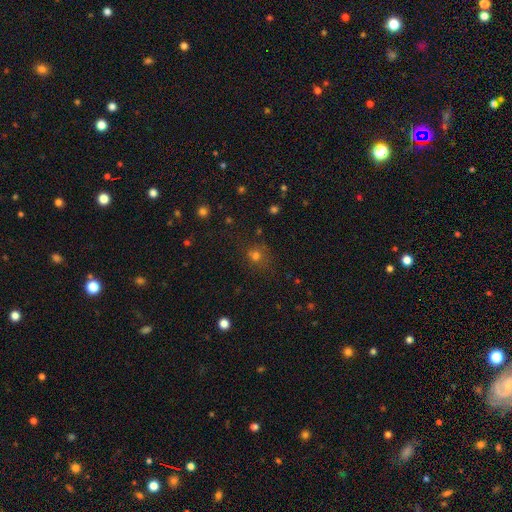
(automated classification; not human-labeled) A smooth galaxy with no disk features (65%) that is round (77%). Merging: none (65%).